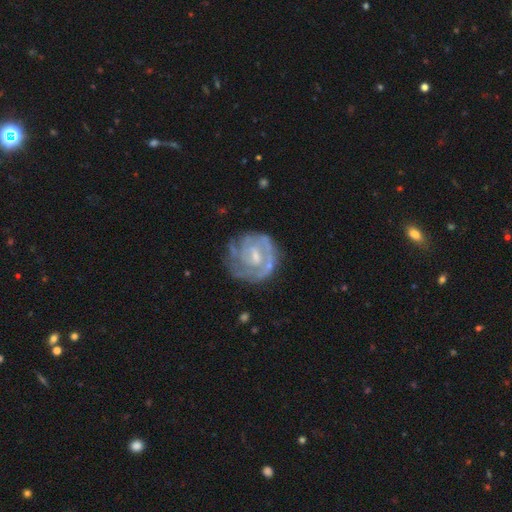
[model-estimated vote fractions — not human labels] Smooth or featured? featured or disk (80%)
Edge-on disk? no (98%)
Bar? weak (50%)
Spiral arms? yes (86%)
Spiral winding? tight (67%)
Spiral arm count? can't tell (38%)
Bulge size? small (52%)
Merging? none (64%)